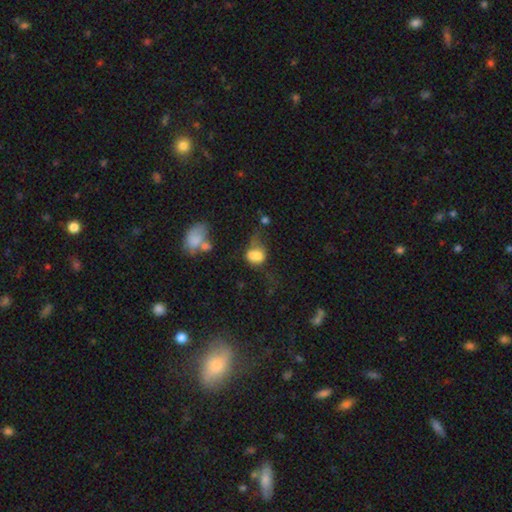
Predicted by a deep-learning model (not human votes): This appears to be a smooth galaxy with no disk features (70%) that is in between round and cigar-shaped (56%). Merging: major disturbance (29%).